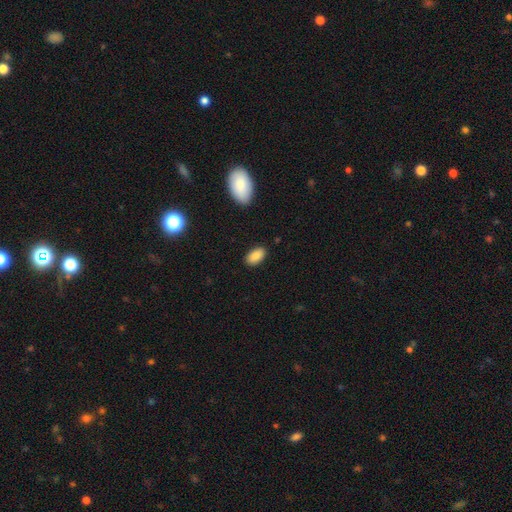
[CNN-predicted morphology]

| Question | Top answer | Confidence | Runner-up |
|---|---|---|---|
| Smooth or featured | smooth | 87% | star or artifact (8%) |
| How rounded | in between | 93% | round (5%) |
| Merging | none | 87% | minor disturbance (10%) |